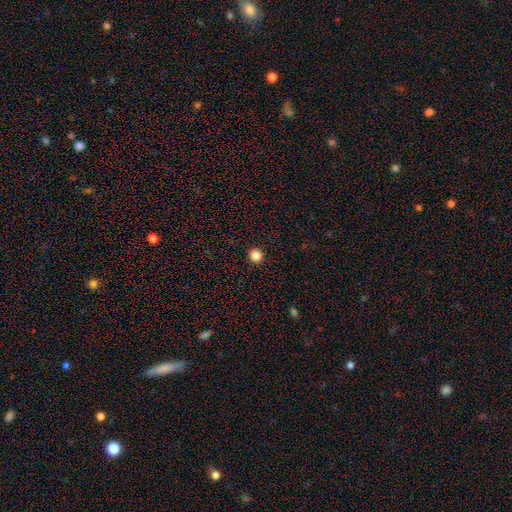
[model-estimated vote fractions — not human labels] Smooth or featured: smooth — 85% (star or artifact — 12%)
How rounded: round — 94% (in between — 5%)
Merging: none — 93% (minor disturbance — 4%)